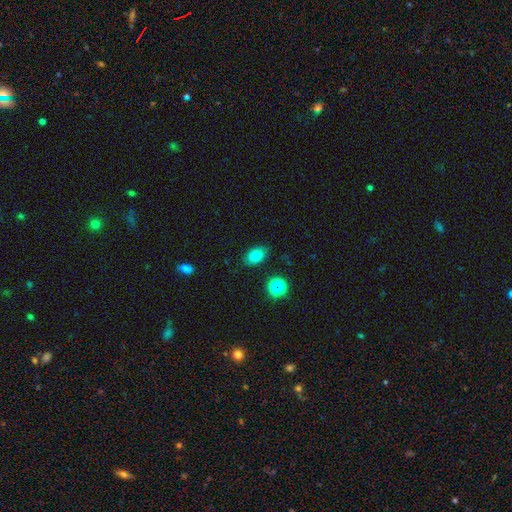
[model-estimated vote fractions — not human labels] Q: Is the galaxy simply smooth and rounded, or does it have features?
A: smooth — 79%.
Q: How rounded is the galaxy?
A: in between — 83%.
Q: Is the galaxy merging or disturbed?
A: none — 85%.